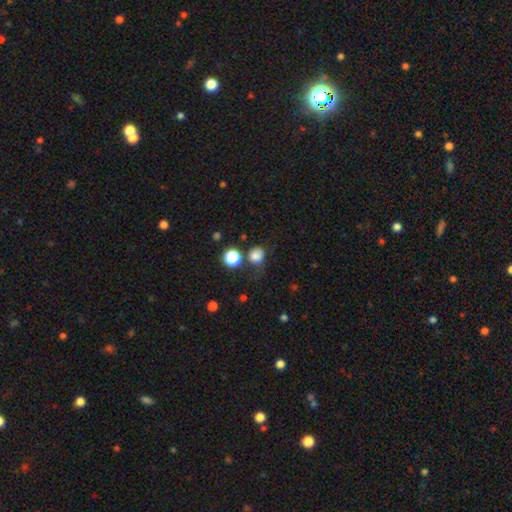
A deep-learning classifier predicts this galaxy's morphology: Smooth or featured? smooth (79%)
How rounded? round (79%)
Merging? none (60%)